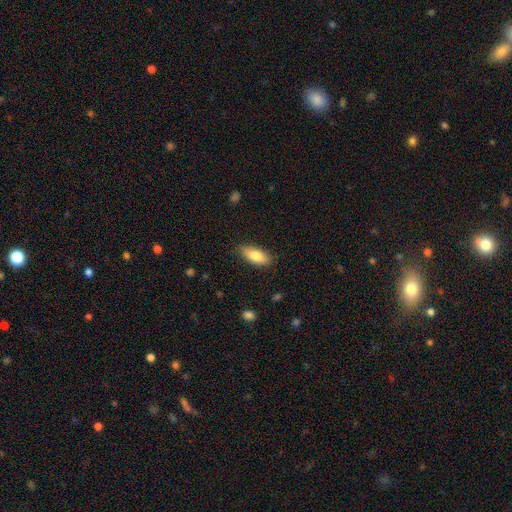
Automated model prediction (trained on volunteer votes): A smooth galaxy with no disk features (80%) that is in between round and cigar-shaped (79%).

Vote fractions:
- Smooth or featured? smooth: 80% / featured or disk: 14% / star or artifact: 6%
- How rounded? in between: 79% / cigar-shaped: 18% / round: 2%
- Merging? none: 83% / minor disturbance: 13% / major disturbance: 2% / merger: 1%